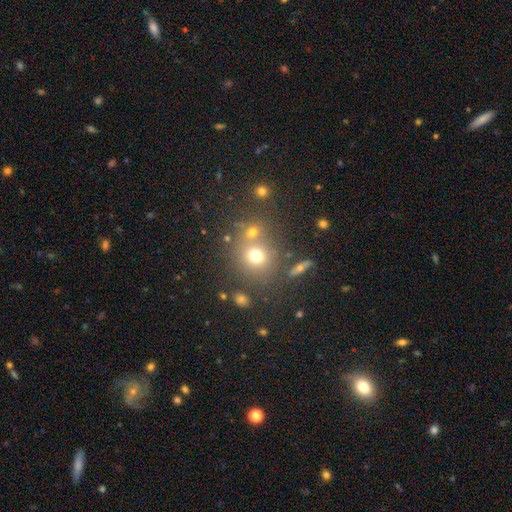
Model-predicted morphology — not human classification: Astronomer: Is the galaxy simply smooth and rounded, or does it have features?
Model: smooth — 69%.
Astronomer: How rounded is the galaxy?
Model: round — 84%.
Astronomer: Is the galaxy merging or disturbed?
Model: none — 63%.